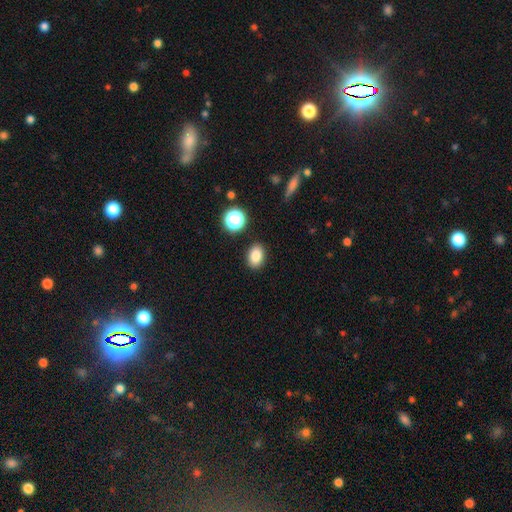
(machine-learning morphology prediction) A smooth galaxy with no disk features (84%) that is in between round and cigar-shaped (78%).

Vote fractions:
- Smooth or featured? smooth: 84% / star or artifact: 10% / featured or disk: 6%
- How rounded? in between: 78% / round: 21% / cigar-shaped: 1%
- Merging? none: 87% / minor disturbance: 9% / major disturbance: 2% / merger: 2%